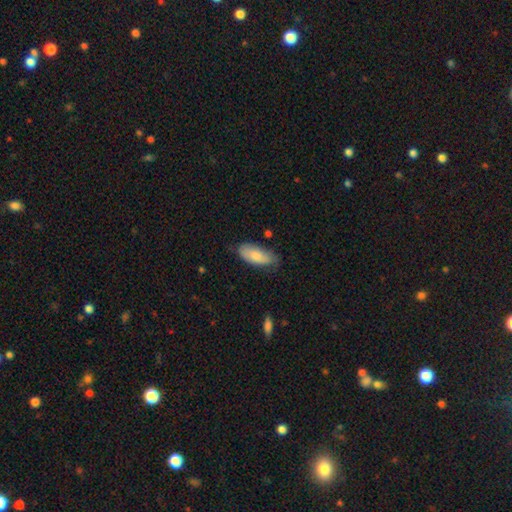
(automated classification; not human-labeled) smooth 79%, featured or disk 16%, star or artifact 6%. Down the decision tree: how rounded — in between (86%); merging — none (62%).